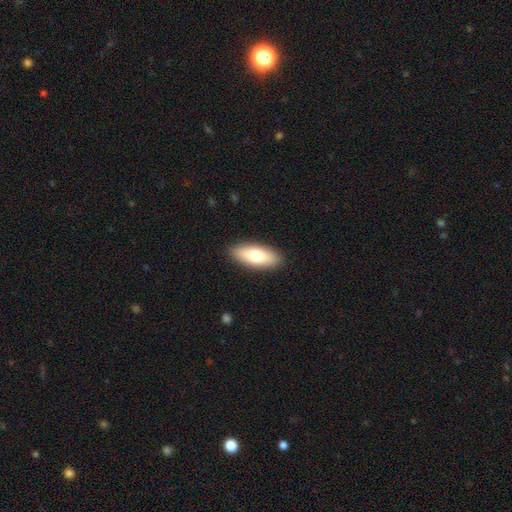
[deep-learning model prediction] Morphology: type=smooth (72%); roundness=in between (76%); merging=none (90%).